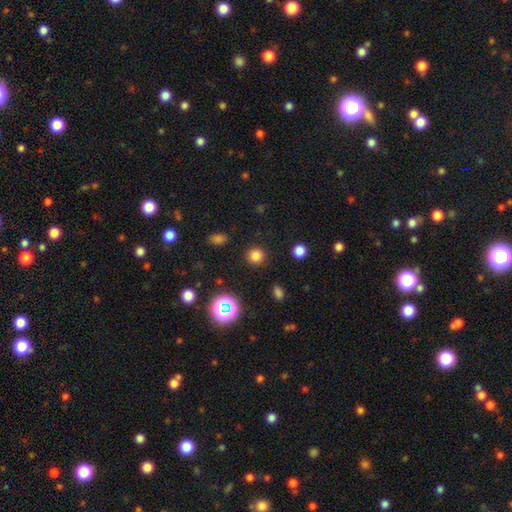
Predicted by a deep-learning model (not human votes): The model was most divided on "smooth or featured": smooth: 78%, star or artifact: 18%, featured or disk: 5%. More confident: how rounded — round (93%); merging — none (90%).